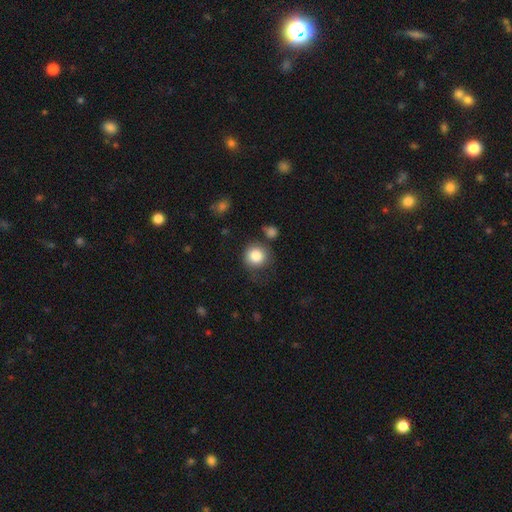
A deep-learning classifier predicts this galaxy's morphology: type=smooth (85%); roundness=round (91%); merging=none (70%).